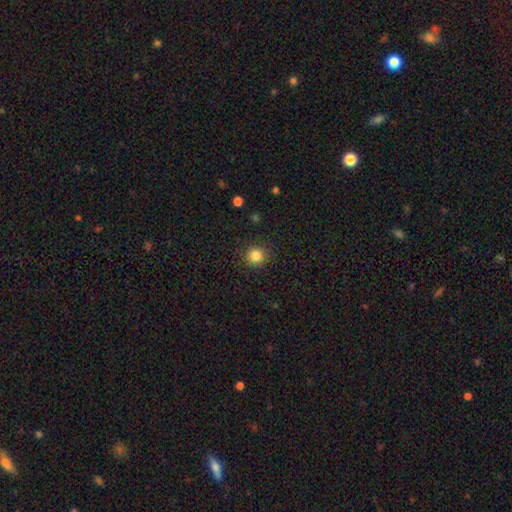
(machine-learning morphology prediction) type=smooth (83%); roundness=round (92%); merging=none (90%).